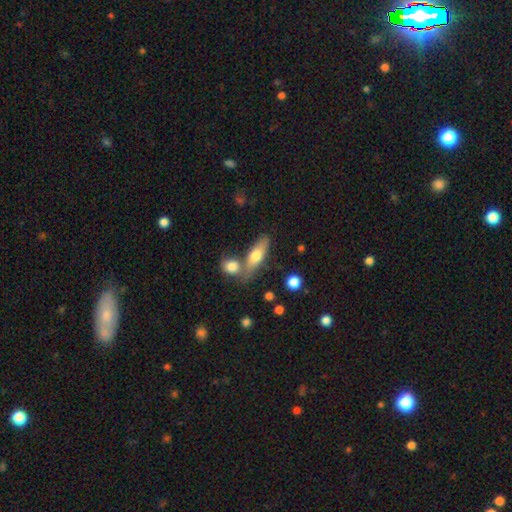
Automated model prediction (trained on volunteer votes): Morphology: type=smooth (65%); roundness=in between (55%); merging=none (53%).